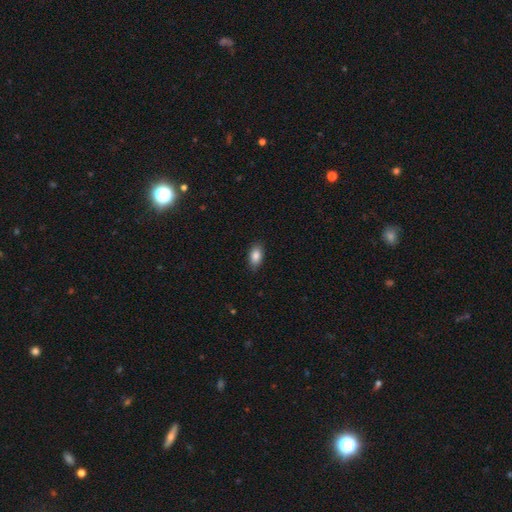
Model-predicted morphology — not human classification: A smooth galaxy with no disk features (86%) that is in between round and cigar-shaped (91%).

Vote fractions:
- Smooth or featured? smooth: 86% / star or artifact: 7% / featured or disk: 6%
- How rounded? in between: 91% / round: 6% / cigar-shaped: 3%
- Merging? none: 86% / minor disturbance: 11% / major disturbance: 2% / merger: 1%